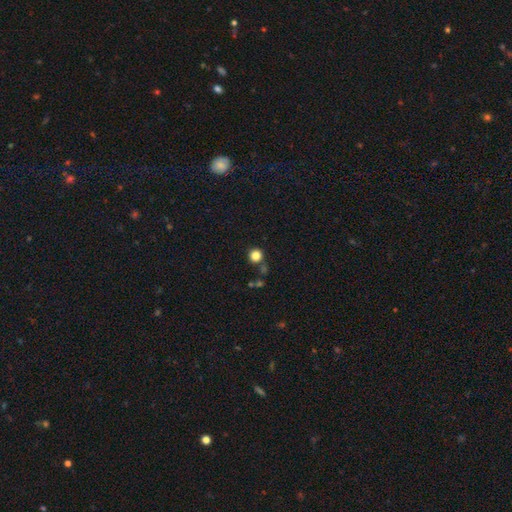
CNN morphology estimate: Smooth or featured: smooth — 83% (star or artifact — 13%)
How rounded: round — 94% (in between — 5%)
Merging: none — 83% (merger — 7%)